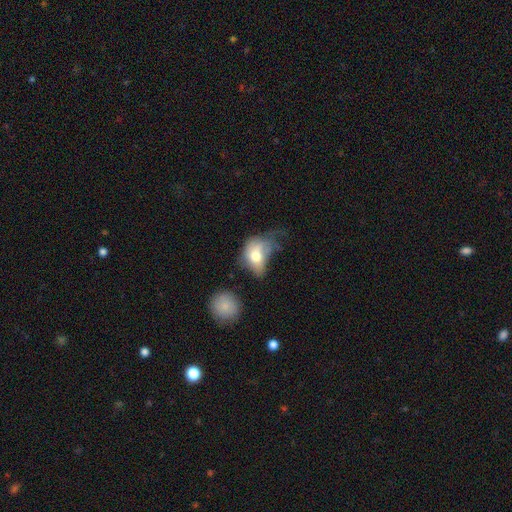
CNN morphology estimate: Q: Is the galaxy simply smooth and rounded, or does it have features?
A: smooth — 65%.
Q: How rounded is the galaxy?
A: in between — 70%.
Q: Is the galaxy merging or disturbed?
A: major disturbance — 50%.